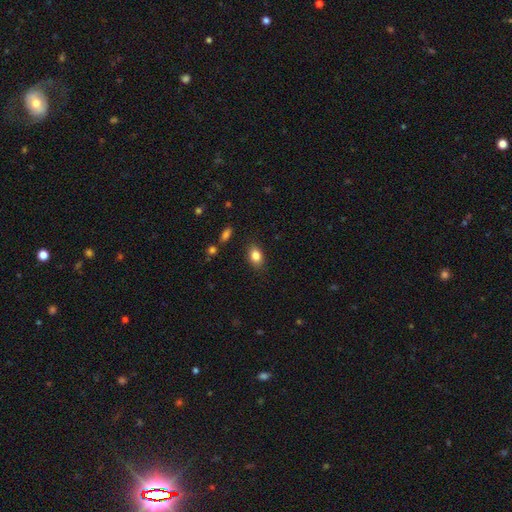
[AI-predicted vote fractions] Overall: smooth (84%). How rounded: in between (78%). Merging: none (85%).